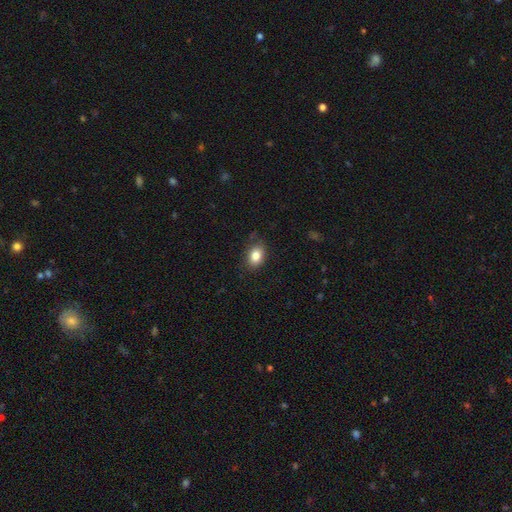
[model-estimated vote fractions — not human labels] smooth 84%, star or artifact 9%, featured or disk 7%. Down the decision tree: how rounded — in between (75%); merging — none (82%).